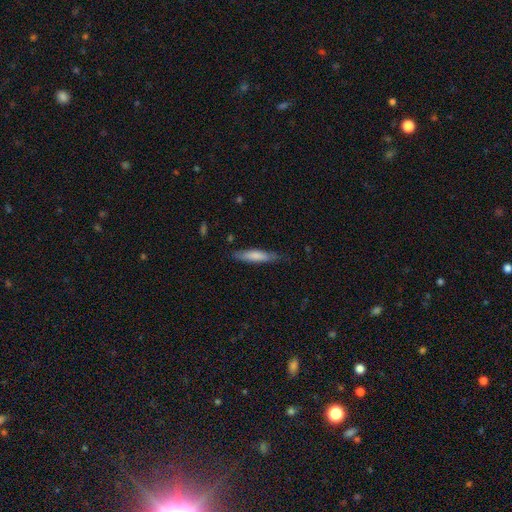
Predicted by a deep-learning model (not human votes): smooth 74%, featured or disk 21%, star or artifact 5%. Down the decision tree: how rounded — cigar-shaped (83%); merging — none (79%).